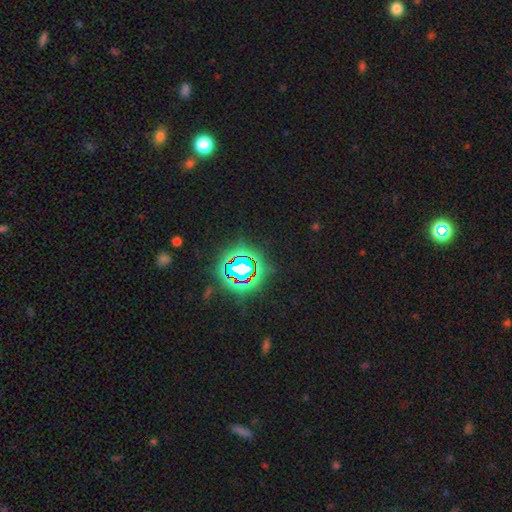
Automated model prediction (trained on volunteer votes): Overall: star or artifact (81%).